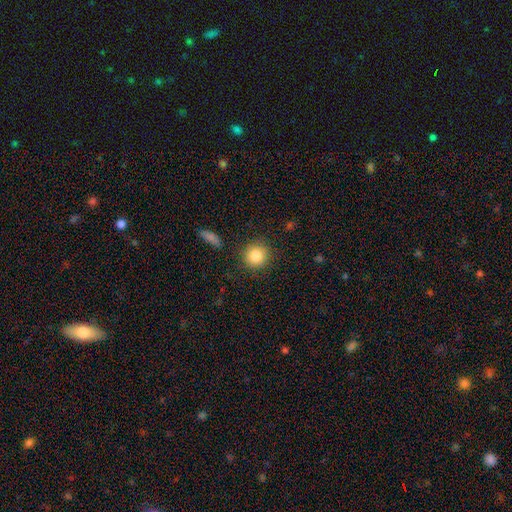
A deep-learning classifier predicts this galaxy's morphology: Smooth or featured? smooth (85%)
How rounded? round (91%)
Merging? none (87%)